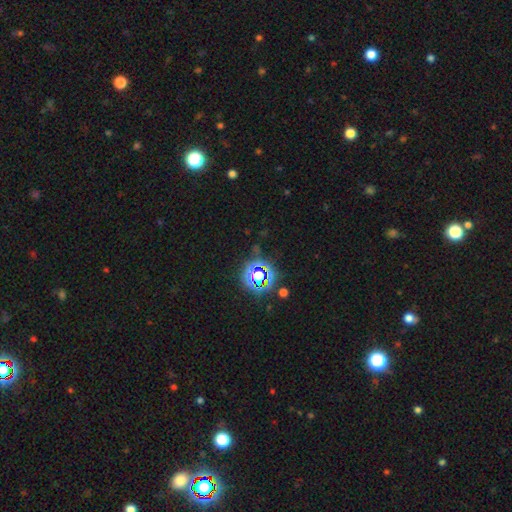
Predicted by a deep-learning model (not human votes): This is likely a star or artifact rather than a galaxy (78%).